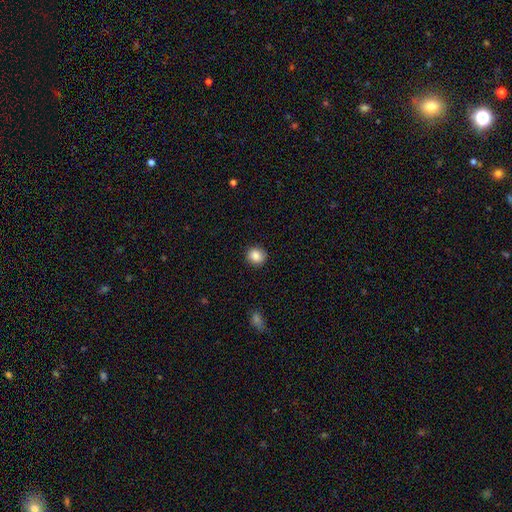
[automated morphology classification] Smooth or featured? smooth (86%)
How rounded? round (81%)
Merging? none (89%)